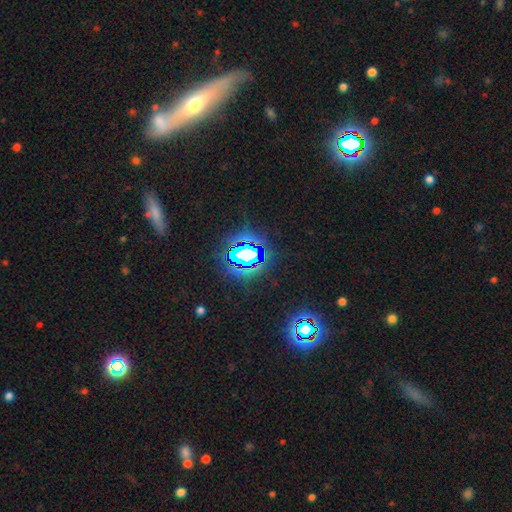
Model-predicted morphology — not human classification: Smooth or featured? star or artifact (65%)